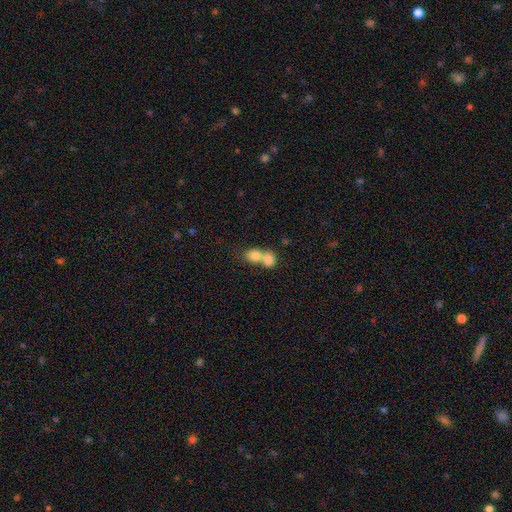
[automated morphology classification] type=smooth (78%); roundness=round (58%); merging=merger (73%).